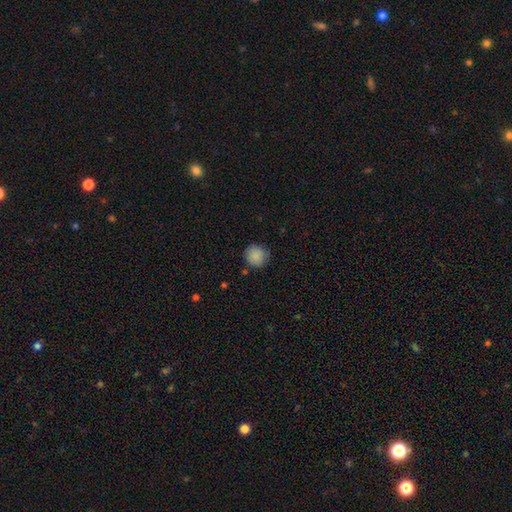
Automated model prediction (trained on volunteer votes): Q: Smooth or featured?
A: smooth (88%); runner-up: star or artifact (8%)
Q: How rounded?
A: round (93%); runner-up: in between (6%)
Q: Merging?
A: none (82%); runner-up: minor disturbance (13%)